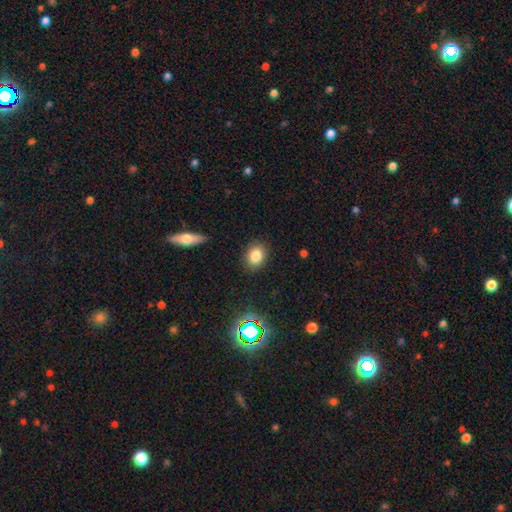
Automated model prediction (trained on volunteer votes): Morphology: type=smooth (82%); roundness=in between (58%); merging=none (86%).